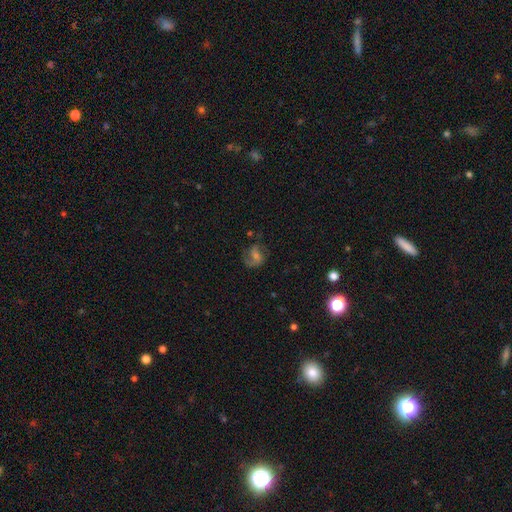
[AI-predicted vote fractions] Smooth or featured? Predicted: featured or disk (p=0.68). Edge-on disk? Predicted: no (p=0.97). Bar? Predicted: no (p=0.46). Spiral arms? Predicted: yes (p=0.92). Spiral winding? Predicted: medium (p=0.50). Spiral arm count? Predicted: 2 (p=0.66). Bulge size? Predicted: small (p=0.46). Merging? Predicted: none (p=0.64).